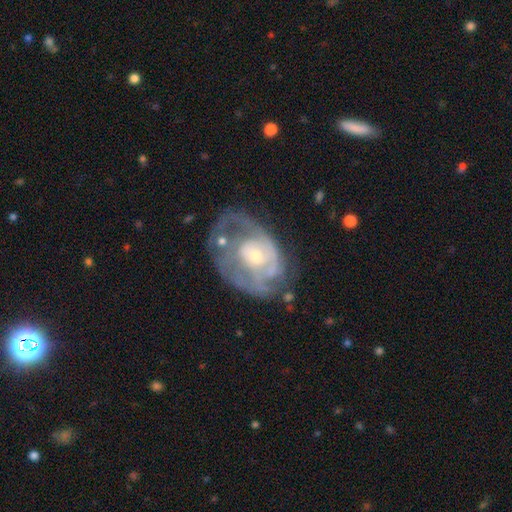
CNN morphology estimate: featured or disk 79%, smooth 15%, star or artifact 6%. Down the decision tree: edge-on disk — no (97%); bar — no (74%); spiral arms — yes (75%); spiral arm count — can't tell (40%); spiral winding — tight (52%); bulge size — small (48%); merging — none (43%).